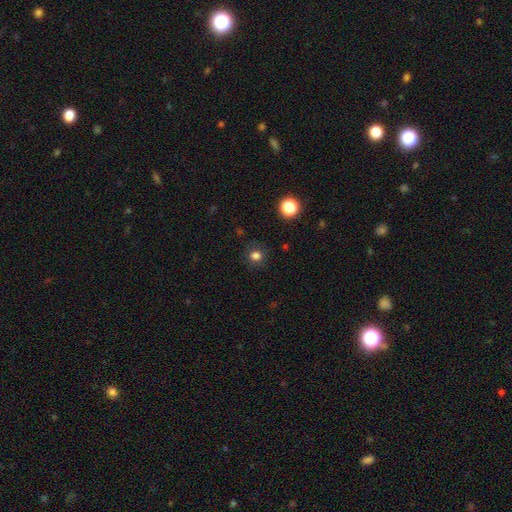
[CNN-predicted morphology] Smooth or featured?
  - smooth: 80% *
  - star or artifact: 16%
  - featured or disk: 5%
How rounded?
  - round: 86% *
  - in between: 13%
  - cigar-shaped: 1%
Merging?
  - none: 87% *
  - minor disturbance: 8%
  - major disturbance: 3%
  - merger: 1%